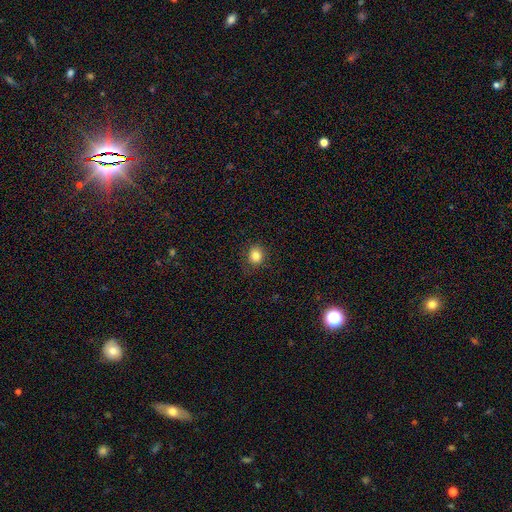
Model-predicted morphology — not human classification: This is clearly a smooth galaxy (83%). How rounded: likely round (70%). Merging: clearly none (86%).